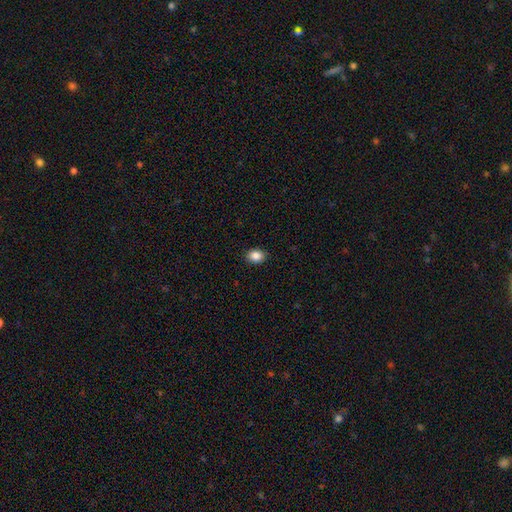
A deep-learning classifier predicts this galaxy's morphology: Q: Smooth or featured?
A: smooth (87%); runner-up: star or artifact (9%)
Q: How rounded?
A: in between (56%); runner-up: round (43%)
Q: Merging?
A: none (90%); runner-up: minor disturbance (8%)